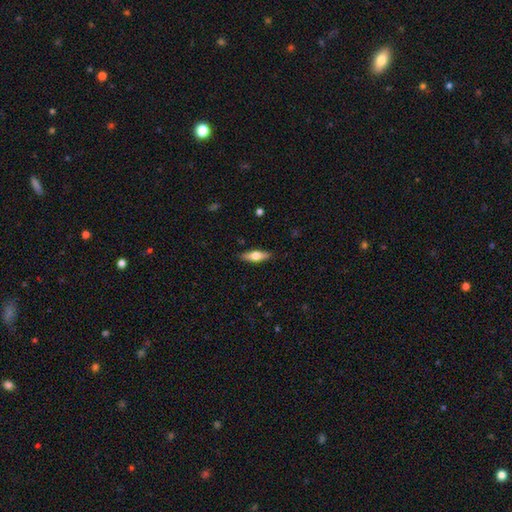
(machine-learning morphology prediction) smooth 50%, featured or disk 44%, star or artifact 6%. Down the decision tree: merging — none (88%).